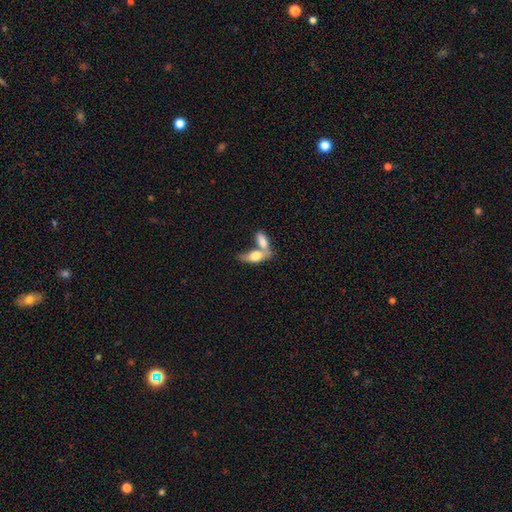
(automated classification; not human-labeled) Smooth or featured? smooth (70%)
How rounded? in between (78%)
Merging? merger (65%)